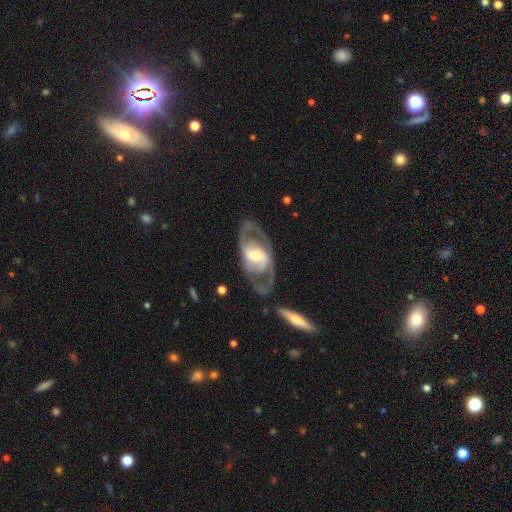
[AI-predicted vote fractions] smooth_or_featured: featured or disk (p=0.82) [alt: smooth p=0.13]
disk_edge_on: no (p=0.93) [alt: yes p=0.07]
bar: weak (p=0.40) [alt: strong p=0.33]
has_spiral_arms: yes (p=0.82) [alt: no p=0.18]
spiral_winding: medium (p=0.50) [alt: tight p=0.30]
spiral_arm_count: 2 (p=0.80) [alt: can't tell p=0.11]
bulge_size: moderate (p=0.54) [alt: small p=0.26]
merging: none (p=0.71) [alt: minor disturbance p=0.15]